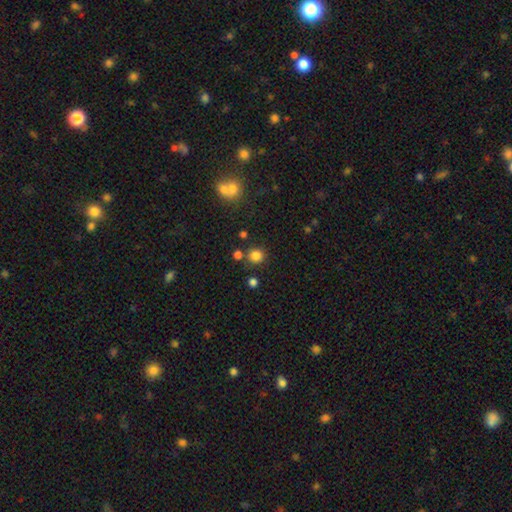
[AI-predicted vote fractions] A smooth galaxy with no disk features (81%) that is round (88%).

Vote fractions:
- Smooth or featured? smooth: 81% / star or artifact: 14% / featured or disk: 5%
- How rounded? round: 88% / in between: 11% / cigar-shaped: 1%
- Merging? none: 78% / merger: 10% / minor disturbance: 8% / major disturbance: 3%